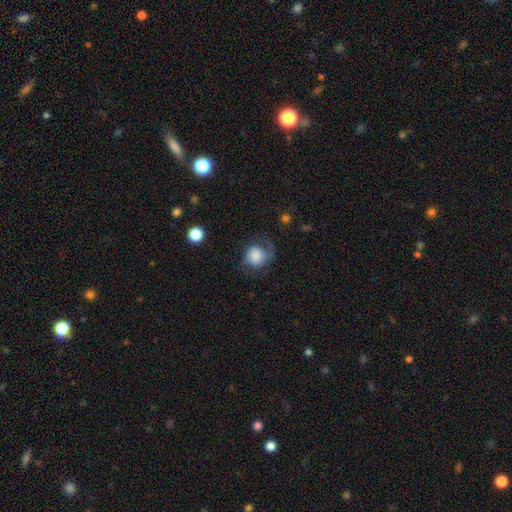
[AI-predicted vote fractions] This appears to be a smooth galaxy with no disk features (71%) that is round (64%). Merging: none (47%).